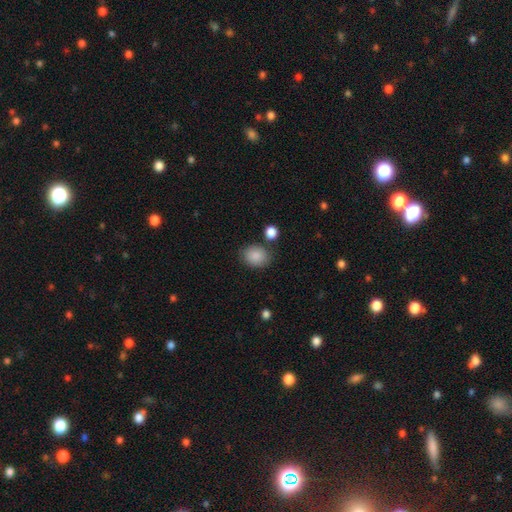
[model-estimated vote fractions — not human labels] A smooth galaxy with no disk features (88%) that is round (51%). Merging: none (75%).